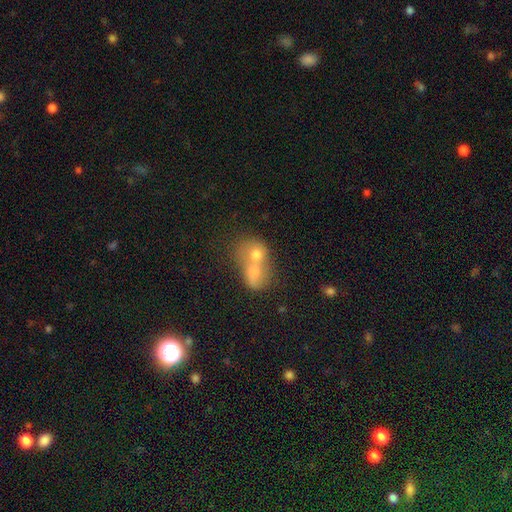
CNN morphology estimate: Smooth or featured?
  - smooth: 62% *
  - featured or disk: 26%
  - star or artifact: 12%
How rounded?
  - round: 55% *
  - in between: 44%
  - cigar-shaped: 1%
Merging?
  - merger: 78% *
  - none: 14%
  - minor disturbance: 5%
  - major disturbance: 4%